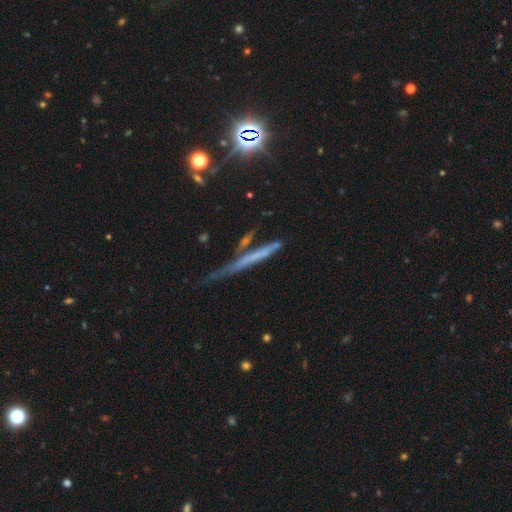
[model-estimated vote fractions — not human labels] smooth_or_featured: featured or disk (p=0.44) [alt: smooth p=0.41]
merging: none (p=0.56) [alt: minor disturbance p=0.26]